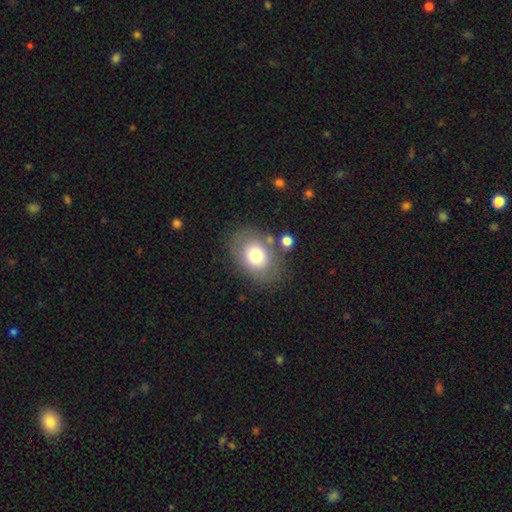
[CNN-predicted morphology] Smooth or featured: smooth — 72% (featured or disk — 18%)
How rounded: in between — 66% (round — 33%)
Merging: none — 75% (minor disturbance — 13%)